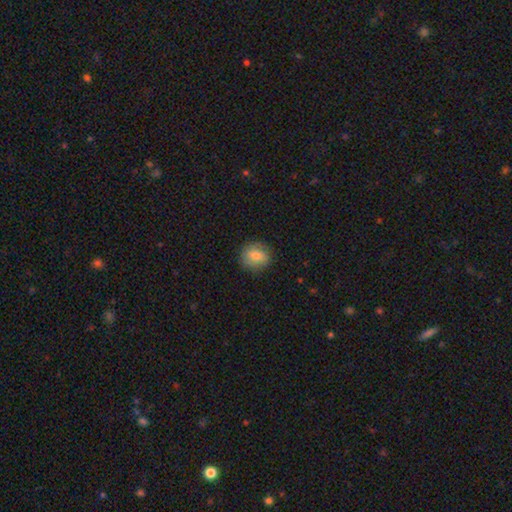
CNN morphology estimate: smooth_or_featured: smooth (p=0.81) [alt: featured or disk p=0.11]
how_rounded: round (p=0.74) [alt: in between p=0.25]
merging: none (p=0.84) [alt: minor disturbance p=0.12]